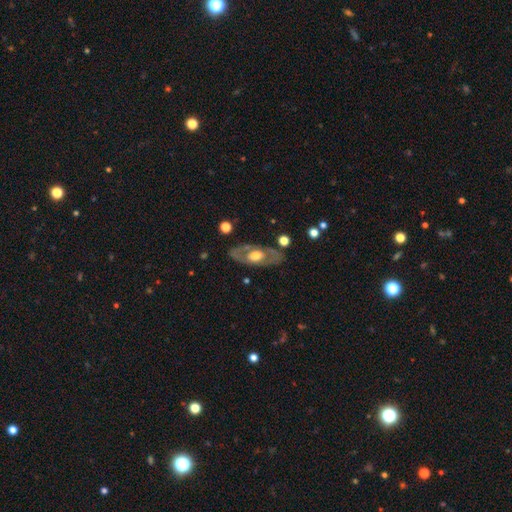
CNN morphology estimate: smooth-or-featured: featured or disk: 60% | smooth: 34% | star or artifact: 5%
  disk-edge-on: no: 81% | yes: 19%
  merging: none: 78% | minor disturbance: 14% | major disturbance: 5% | merger: 2%